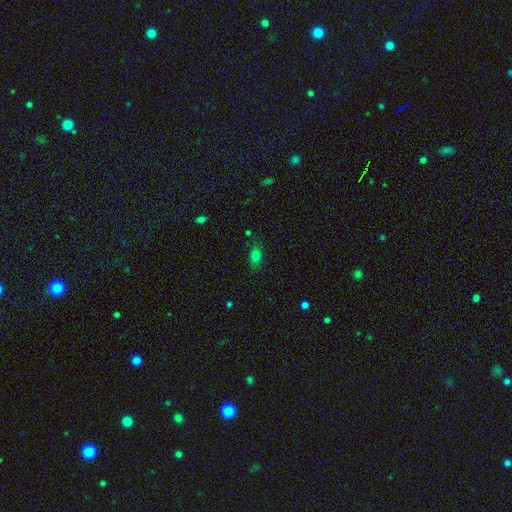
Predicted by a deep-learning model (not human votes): This is likely a smooth galaxy (75%). How rounded: likely in between (71%). Merging: likely none (77%).